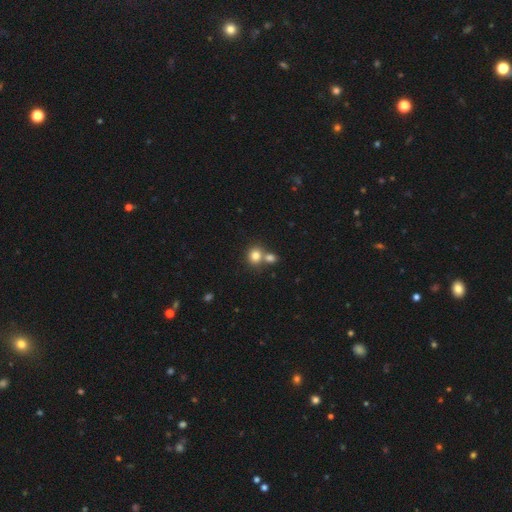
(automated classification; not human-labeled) This appears to be a smooth galaxy with no disk features (80%) that is round (76%). Merging: none (48%).